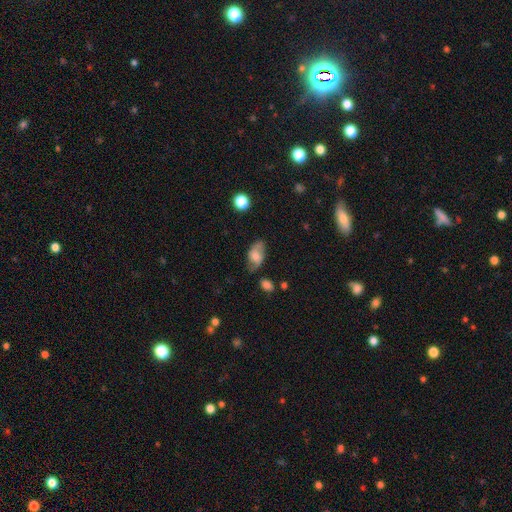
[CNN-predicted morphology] A smooth galaxy with no disk features (55%) that is in between round and cigar-shaped (90%). Merging: none (61%).